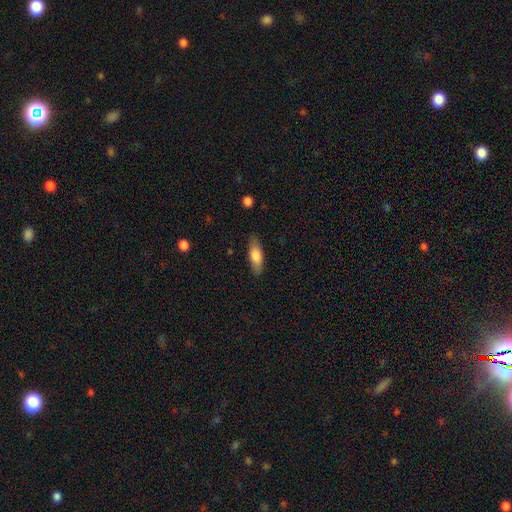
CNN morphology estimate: smooth-or-featured: smooth: 72% | featured or disk: 22% | star or artifact: 6%
  how-rounded: in between: 57% | cigar-shaped: 41% | round: 2%
  merging: none: 85% | minor disturbance: 11% | major disturbance: 3% | merger: 1%